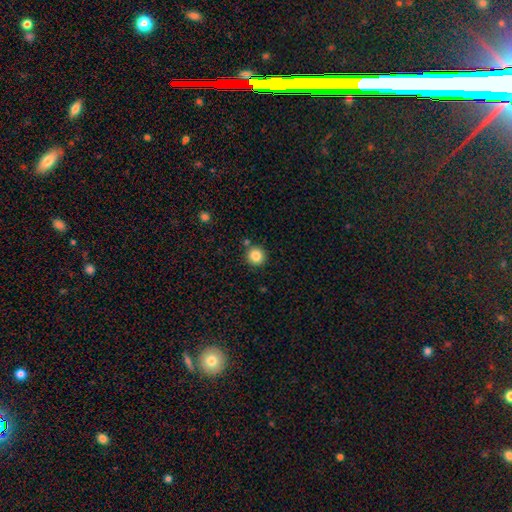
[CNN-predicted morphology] Smooth or featured?
  - smooth: 85% *
  - star or artifact: 10%
  - featured or disk: 5%
How rounded?
  - round: 94% *
  - in between: 5%
  - cigar-shaped: 1%
Merging?
  - none: 86% *
  - minor disturbance: 7%
  - merger: 5%
  - major disturbance: 2%